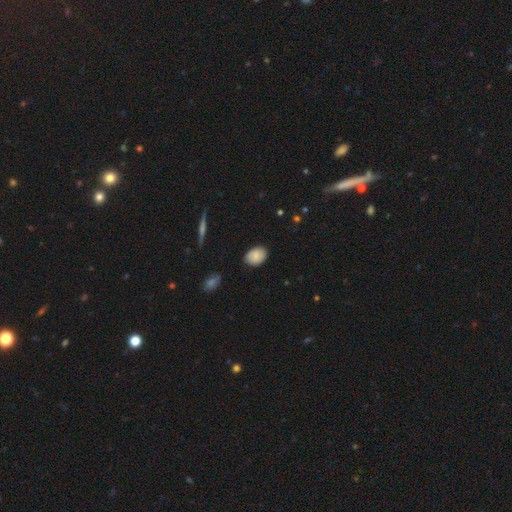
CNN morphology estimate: Smooth or featured?
  - smooth: 81% *
  - featured or disk: 11%
  - star or artifact: 8%
How rounded?
  - in between: 78% *
  - round: 20%
  - cigar-shaped: 1%
Merging?
  - none: 83% *
  - minor disturbance: 14%
  - major disturbance: 2%
  - merger: 1%